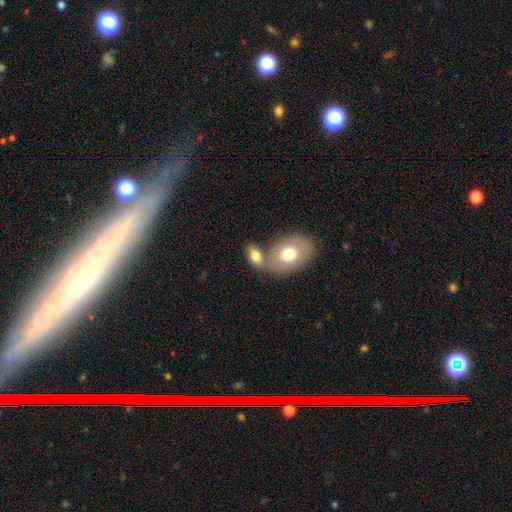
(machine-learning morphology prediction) A smooth galaxy with no disk features (74%) that is in between round and cigar-shaped (87%). Merging: merger (44%).